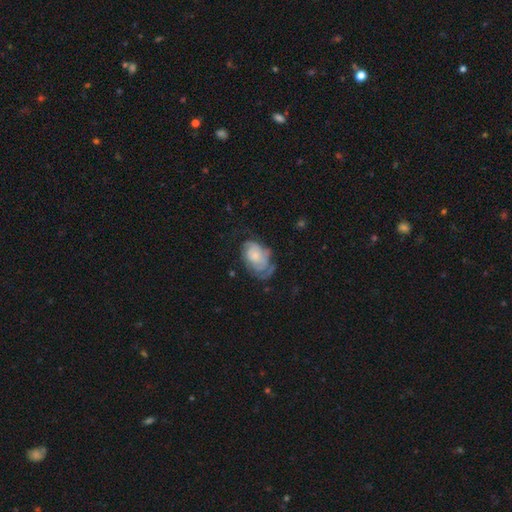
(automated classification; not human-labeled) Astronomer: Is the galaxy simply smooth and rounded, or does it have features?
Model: featured or disk — 64%.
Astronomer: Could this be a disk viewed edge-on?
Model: no — 97%.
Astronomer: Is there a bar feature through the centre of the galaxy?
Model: no — 78%.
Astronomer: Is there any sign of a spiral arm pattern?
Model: yes — 85%.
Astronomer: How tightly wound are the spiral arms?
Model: tight — 56% (runner-up: medium, 31%).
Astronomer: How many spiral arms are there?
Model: can't tell — 39% (runner-up: 2, 33%).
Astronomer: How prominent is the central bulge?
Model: small — 40% (runner-up: moderate, 35%).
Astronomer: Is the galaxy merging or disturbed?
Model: none — 45% (runner-up: minor disturbance, 28%).